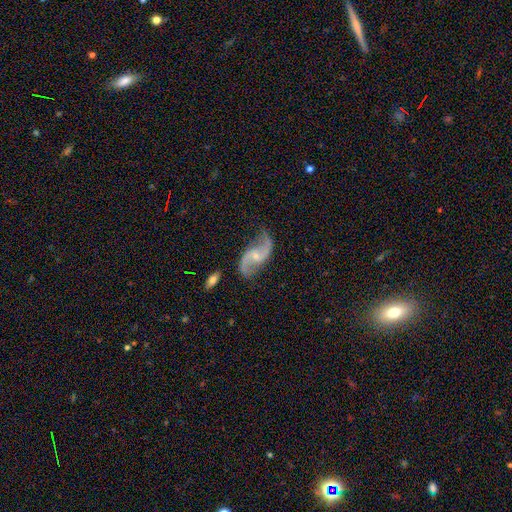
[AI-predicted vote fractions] featured or disk 90%, smooth 5%, star or artifact 5%. Down the decision tree: edge-on disk — no (97%); bar — no (50%); spiral arms — yes (97%); spiral arm count — 2 (94%); spiral winding — loose (76%); bulge size — small (64%); merging — none (74%).